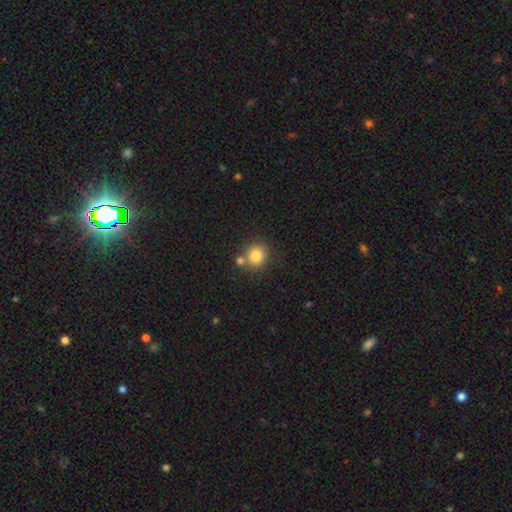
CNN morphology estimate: This is clearly a smooth galaxy (82%). How rounded: clearly round (89%). Merging: likely none (69%).